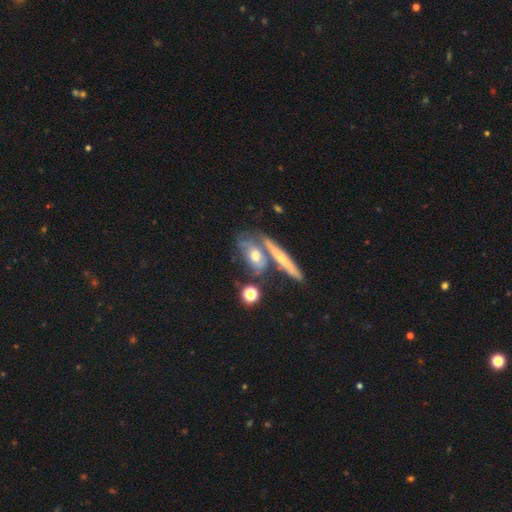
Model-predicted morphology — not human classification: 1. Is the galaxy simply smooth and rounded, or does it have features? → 50% featured or disk, 41% smooth, 9% star or artifact.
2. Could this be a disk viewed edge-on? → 54% yes, 46% no.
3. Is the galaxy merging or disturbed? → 50% none, 29% merger, 15% minor disturbance, 6% major disturbance.